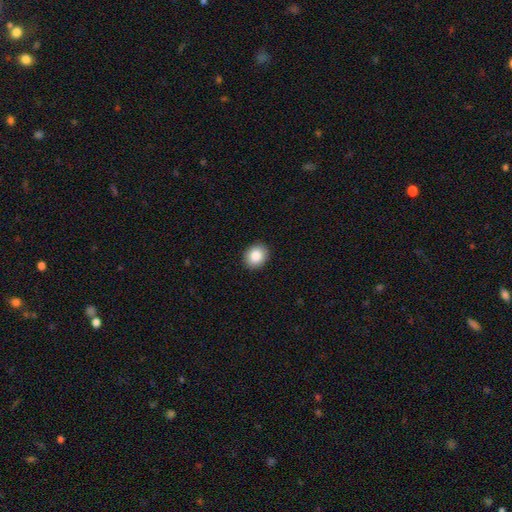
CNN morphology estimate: Q: Smooth or featured?
A: smooth (87%); runner-up: star or artifact (8%)
Q: How rounded?
A: round (63%); runner-up: in between (36%)
Q: Merging?
A: none (91%); runner-up: minor disturbance (6%)